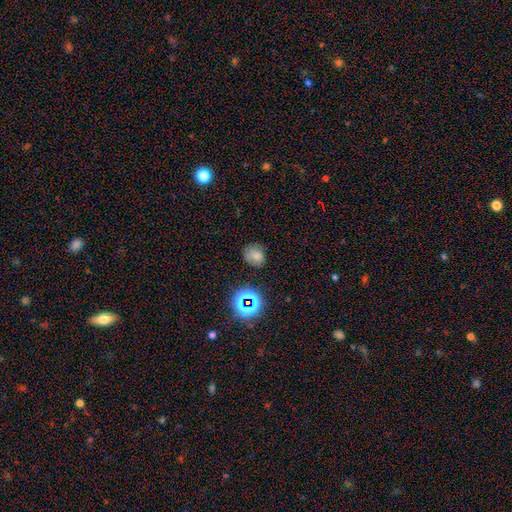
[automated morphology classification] Smooth or featured? smooth (67%)
How rounded? round (59%)
Merging? none (68%)